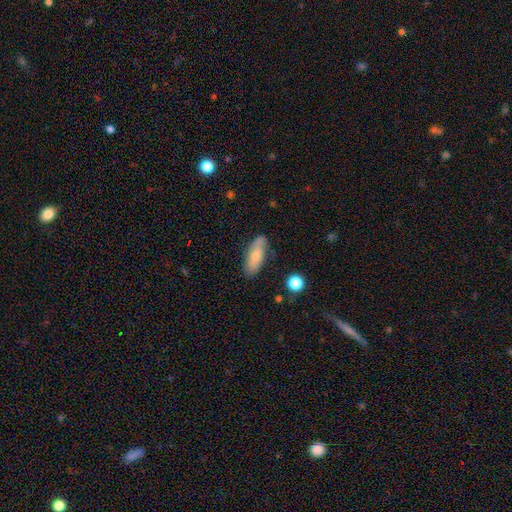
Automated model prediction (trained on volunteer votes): This appears to be a smooth galaxy with no disk features (69%) that is in between round and cigar-shaped (76%). Merging: none (75%).